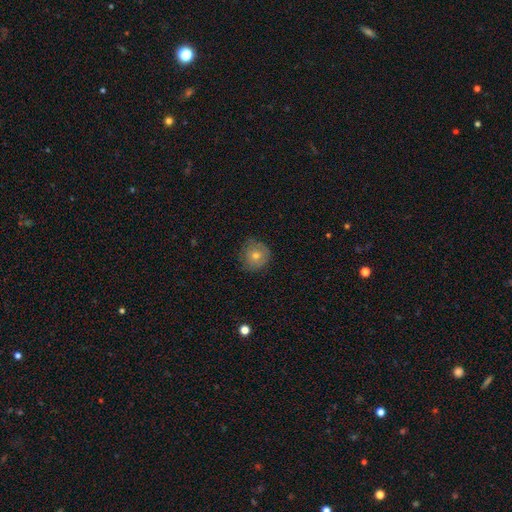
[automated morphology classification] Smooth or featured? Predicted: smooth (p=0.60). How rounded? Predicted: round (p=0.92). Merging? Predicted: none (p=0.79).